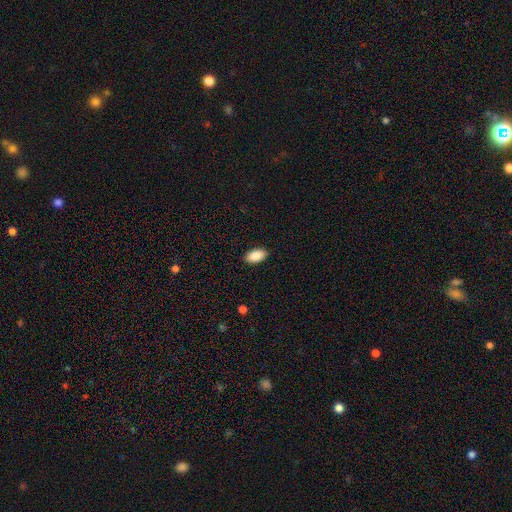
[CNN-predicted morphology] This is clearly a smooth galaxy (89%). How rounded: clearly in between (95%). Merging: clearly none (90%).